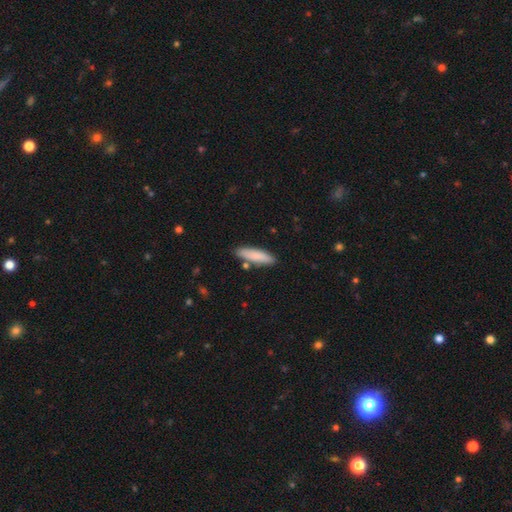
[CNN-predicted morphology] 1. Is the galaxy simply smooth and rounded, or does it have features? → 83% smooth, 11% featured or disk, 6% star or artifact.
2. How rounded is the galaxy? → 72% cigar-shaped, 27% in between, 1% round.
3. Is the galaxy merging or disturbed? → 83% none, 11% minor disturbance, 4% merger, 2% major disturbance.